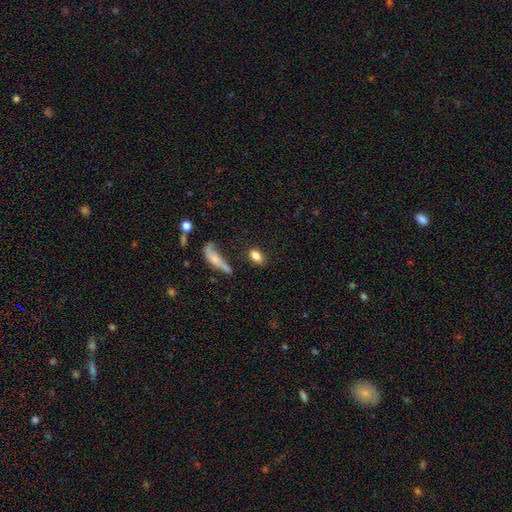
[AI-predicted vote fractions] Overall: smooth (82%). How rounded: in between (86%). Merging: none (71%).